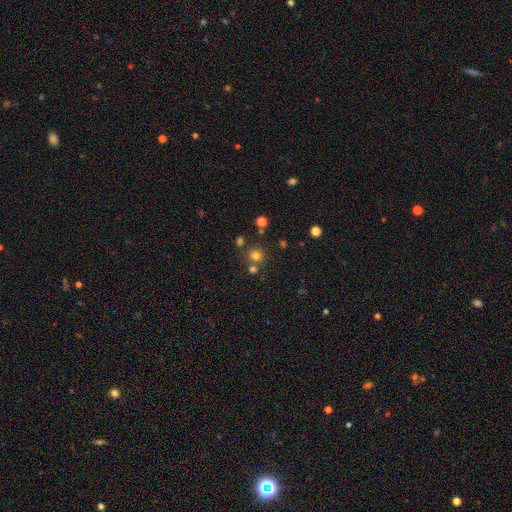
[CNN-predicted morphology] Smooth or featured? Predicted: smooth (p=0.73). How rounded? Predicted: round (p=0.92). Merging? Predicted: none (p=0.75).